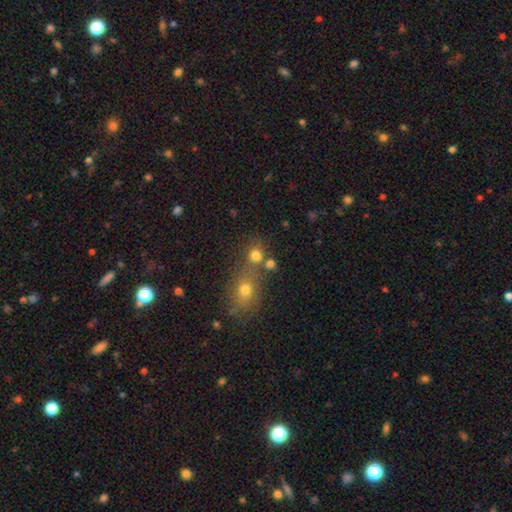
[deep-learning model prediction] Smooth or featured? smooth (76%)
How rounded? round (78%)
Merging? none (54%)